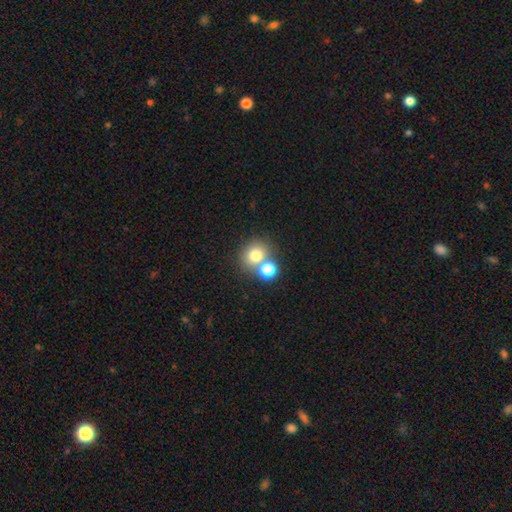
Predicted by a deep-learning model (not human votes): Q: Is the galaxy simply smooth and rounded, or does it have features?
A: smooth — 75%.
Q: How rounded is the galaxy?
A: round — 80%.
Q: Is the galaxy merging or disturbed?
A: none — 52%.